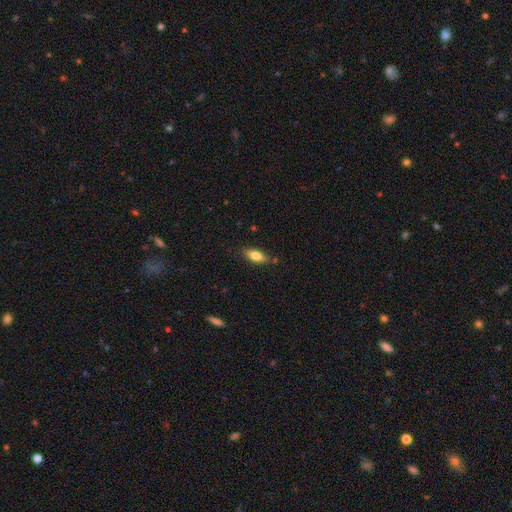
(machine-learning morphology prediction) A smooth galaxy with no disk features (76%) that is in between round and cigar-shaped (77%). Merging: none (78%).